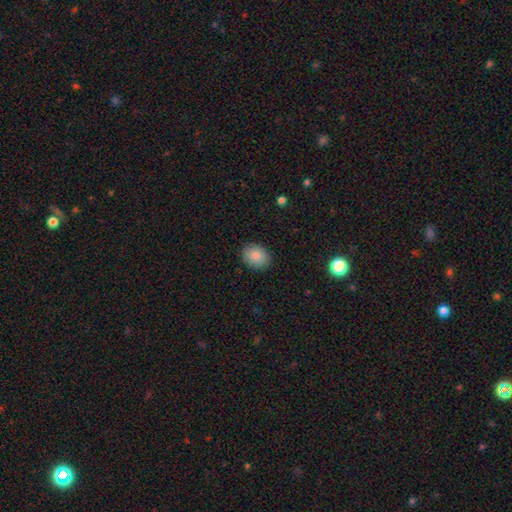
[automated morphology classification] A smooth galaxy with no disk features (86%) that is in between round and cigar-shaped (59%). Merging: none (88%).